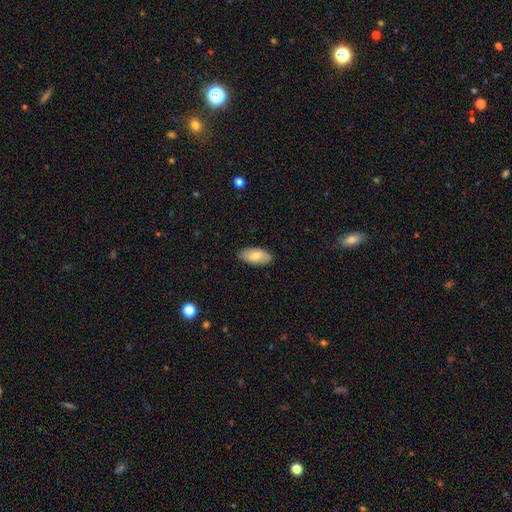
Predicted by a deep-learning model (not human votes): smooth-or-featured: smooth: 76% | featured or disk: 18% | star or artifact: 6%
  how-rounded: in between: 93% | cigar-shaped: 4% | round: 2%
  merging: none: 88% | minor disturbance: 9% | major disturbance: 2% | merger: 1%